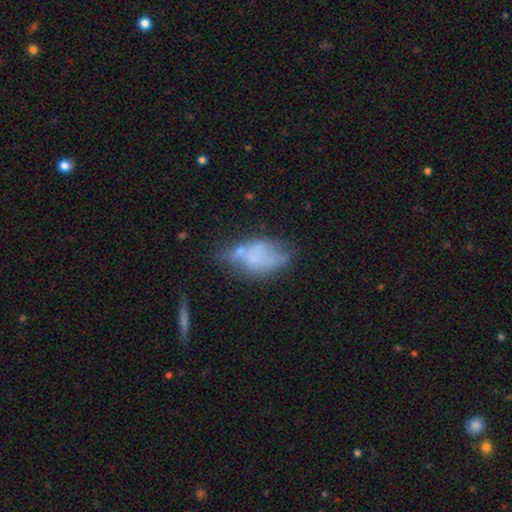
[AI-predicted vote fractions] Smooth or featured? smooth (48%)
Merging? none (32%)